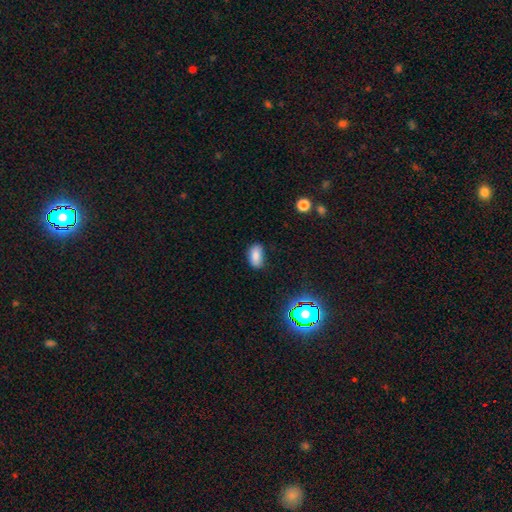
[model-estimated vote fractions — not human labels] Q: Smooth or featured?
A: smooth (81%); runner-up: star or artifact (12%)
Q: How rounded?
A: in between (91%); runner-up: round (6%)
Q: Merging?
A: none (71%); runner-up: minor disturbance (23%)